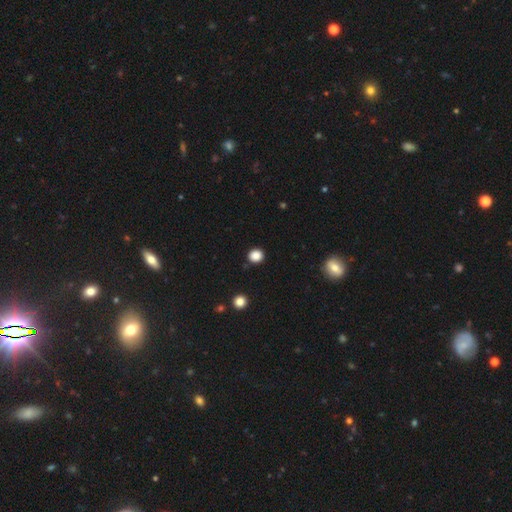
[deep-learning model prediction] Smooth or featured? smooth (86%)
How rounded? round (83%)
Merging? none (90%)